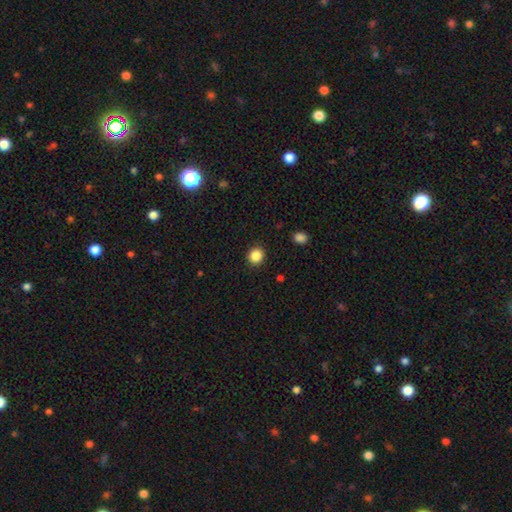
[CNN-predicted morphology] Smooth or featured? Predicted: smooth (p=0.86). How rounded? Predicted: round (p=0.86). Merging? Predicted: none (p=0.91).